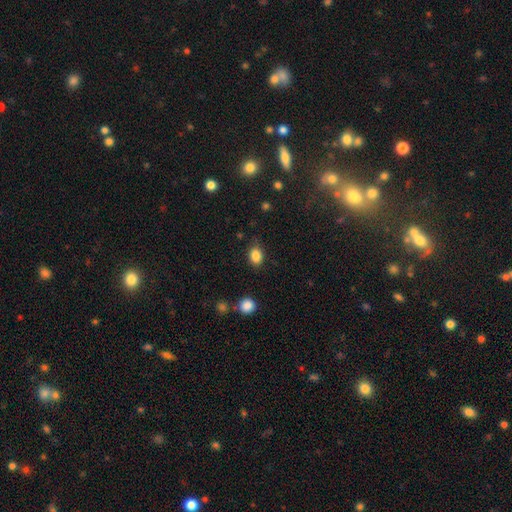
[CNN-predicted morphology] A smooth galaxy with no disk features (86%) that is in between round and cigar-shaped (65%).

Vote fractions:
- Smooth or featured? smooth: 86% / star or artifact: 10% / featured or disk: 5%
- How rounded? in between: 65% / round: 33% / cigar-shaped: 1%
- Merging? none: 77% / minor disturbance: 17% / major disturbance: 4% / merger: 2%